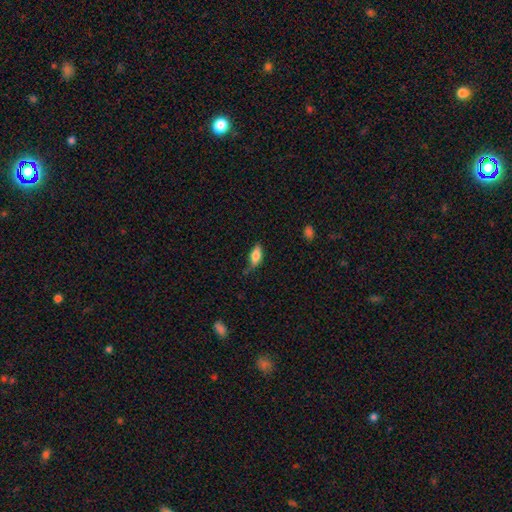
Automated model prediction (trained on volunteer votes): smooth 76%, featured or disk 17%, star or artifact 7%. Down the decision tree: how rounded — in between (81%); merging — none (60%).